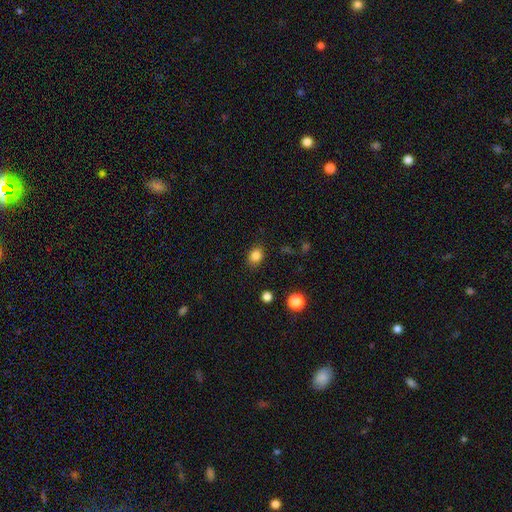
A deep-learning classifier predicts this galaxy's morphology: smooth-or-featured: smooth: 84% | star or artifact: 11% | featured or disk: 5%
  how-rounded: in between: 50% | round: 49% | cigar-shaped: 1%
  merging: none: 85% | minor disturbance: 10% | major disturbance: 3% | merger: 1%